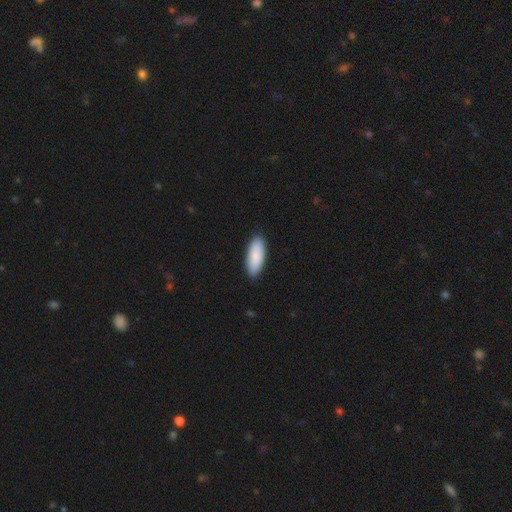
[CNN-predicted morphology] This is clearly a smooth galaxy (89%). How rounded: likely in between (78%). Merging: clearly none (88%).